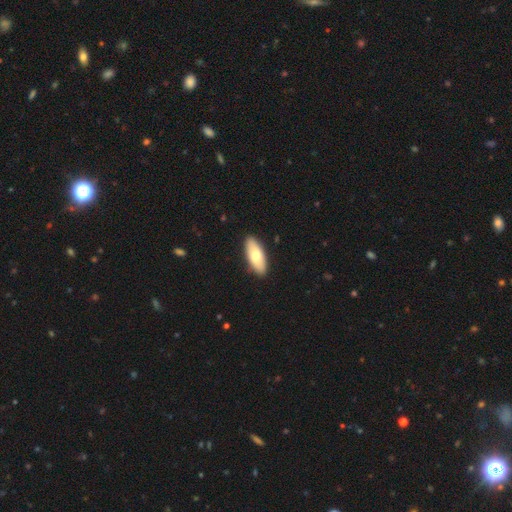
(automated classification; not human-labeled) A smooth galaxy with no disk features (70%) that is in between round and cigar-shaped (80%).

Vote fractions:
- Smooth or featured? smooth: 70% / featured or disk: 25% / star or artifact: 5%
- How rounded? in between: 80% / cigar-shaped: 18% / round: 2%
- Merging? none: 90% / minor disturbance: 7% / major disturbance: 2% / merger: 1%